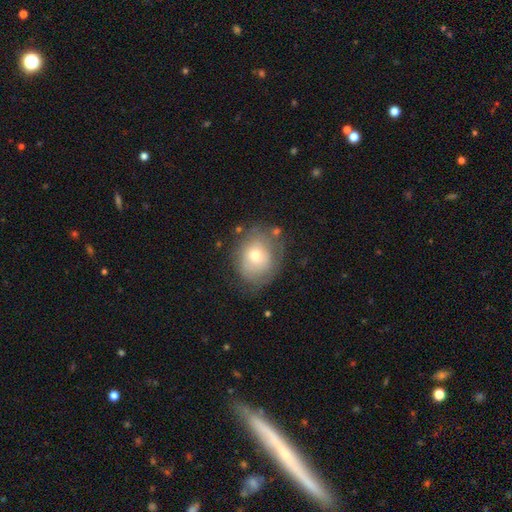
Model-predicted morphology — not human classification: type=smooth (61%); roundness=round (63%); merging=none (65%).